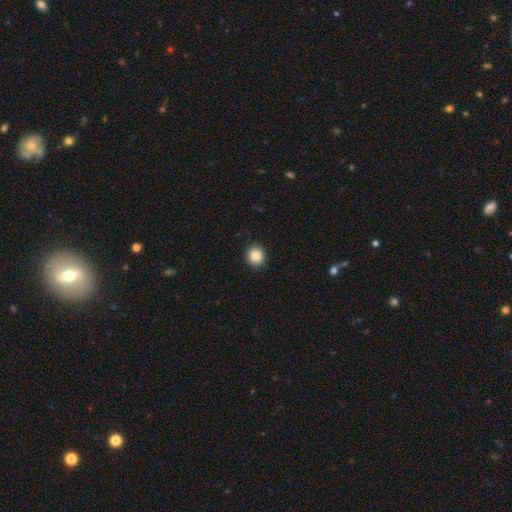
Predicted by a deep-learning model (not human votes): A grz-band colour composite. It shows a smooth galaxy with no disk features (87%) that is round (88%). Merging: none (92%).